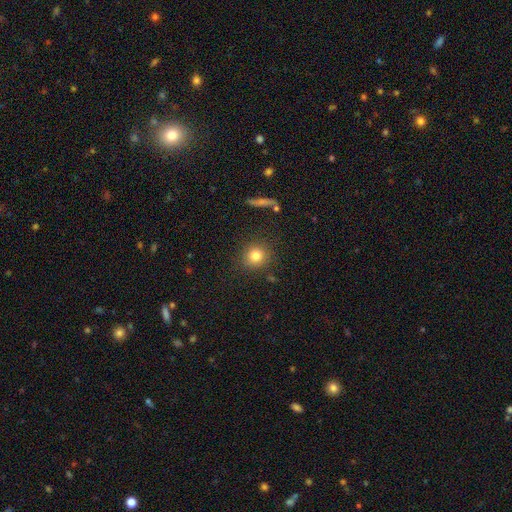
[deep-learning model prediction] The model was most divided on "smooth or featured": smooth: 80%, star or artifact: 12%, featured or disk: 8%. More confident: how rounded — round (90%); merging — none (87%).